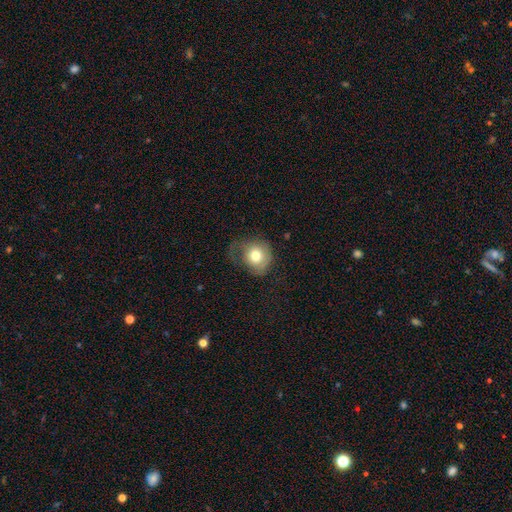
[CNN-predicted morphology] Smooth or featured? Predicted: smooth (p=0.69). How rounded? Predicted: round (p=0.72). Merging? Predicted: none (p=0.36).